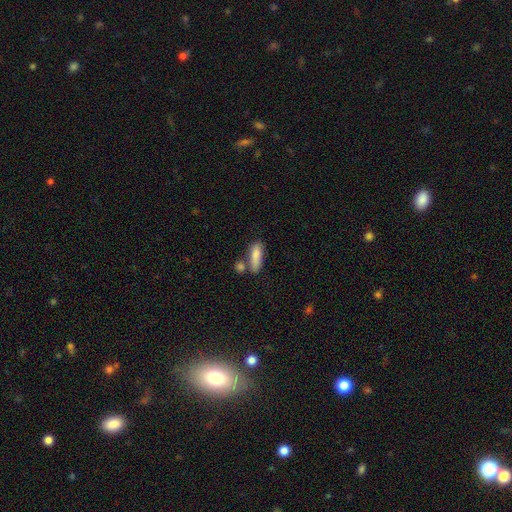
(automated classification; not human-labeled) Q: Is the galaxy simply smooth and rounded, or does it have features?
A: smooth — 83%.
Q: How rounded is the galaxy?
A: in between — 55%.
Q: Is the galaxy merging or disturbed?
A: none — 56%.